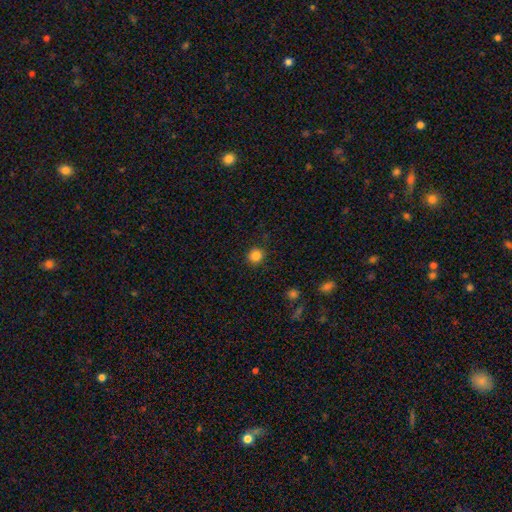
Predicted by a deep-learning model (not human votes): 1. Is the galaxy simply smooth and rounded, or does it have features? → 85% smooth, 11% star or artifact, 4% featured or disk.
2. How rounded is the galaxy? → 90% round, 9% in between, 1% cigar-shaped.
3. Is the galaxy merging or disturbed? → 89% none, 8% minor disturbance, 2% major disturbance, 1% merger.